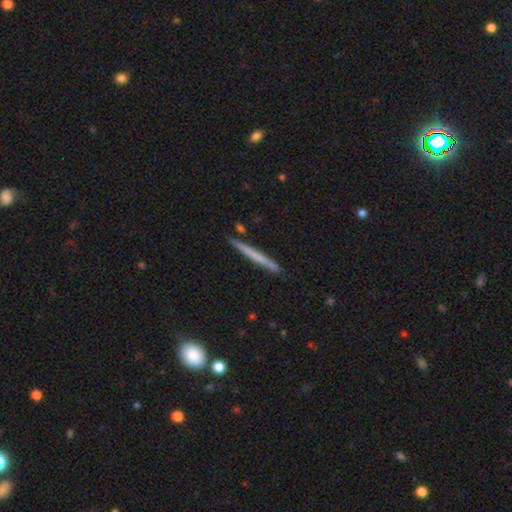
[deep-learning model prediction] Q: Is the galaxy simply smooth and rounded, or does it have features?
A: smooth — 53%.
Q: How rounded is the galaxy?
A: cigar-shaped — 97%.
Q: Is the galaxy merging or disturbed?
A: none — 89%.